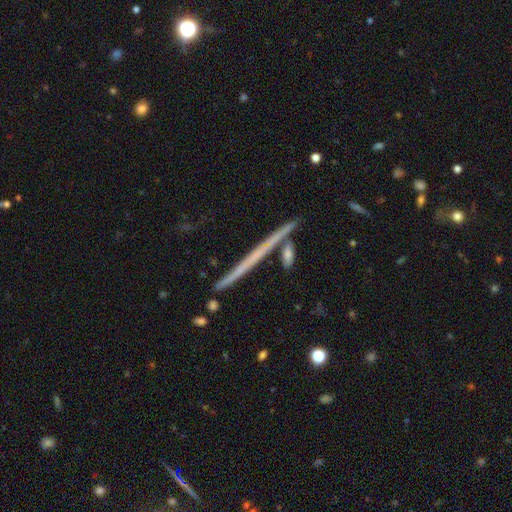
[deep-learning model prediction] Smooth or featured?
  - featured or disk: 65% *
  - smooth: 28%
  - star or artifact: 7%
Edge-on disk?
  - yes: 97% *
  - no: 3%
Edge-on bulge?
  - none: 84% *
  - rounded: 12%
  - boxy: 4%
Merging?
  - none: 87% *
  - minor disturbance: 7%
  - merger: 3%
  - major disturbance: 2%